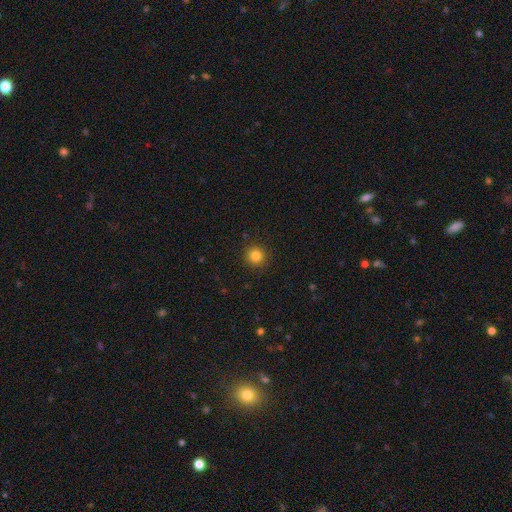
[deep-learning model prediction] The model was most divided on "smooth or featured": smooth: 82%, star or artifact: 13%, featured or disk: 5%. More confident: how rounded — round (94%); merging — none (92%).